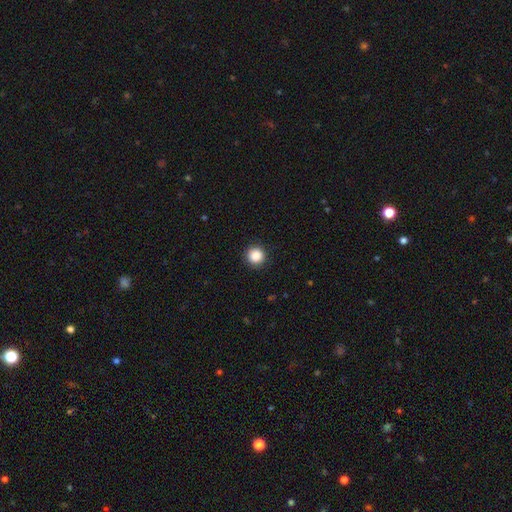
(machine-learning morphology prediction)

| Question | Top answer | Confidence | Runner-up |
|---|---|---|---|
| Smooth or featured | smooth | 87% | star or artifact (10%) |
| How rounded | round | 95% | in between (4%) |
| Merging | none | 92% | minor disturbance (6%) |